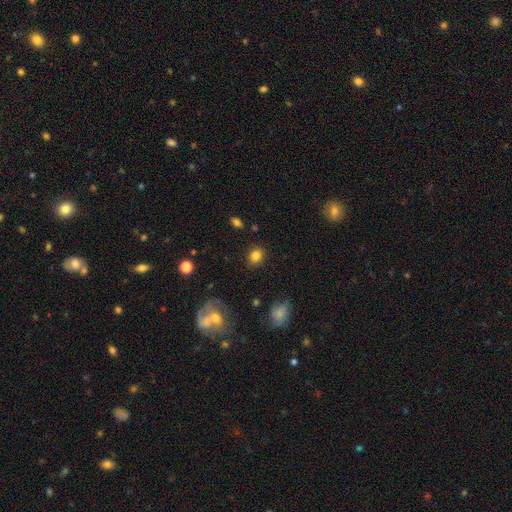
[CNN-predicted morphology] Smooth or featured? Predicted: smooth (p=0.82). How rounded? Predicted: round (p=0.61). Merging? Predicted: none (p=0.87).